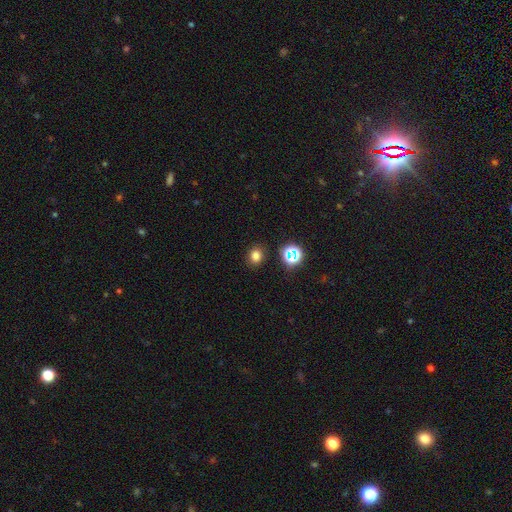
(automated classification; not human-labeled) Morphology: type=smooth (76%); roundness=round (64%); merging=none (87%).